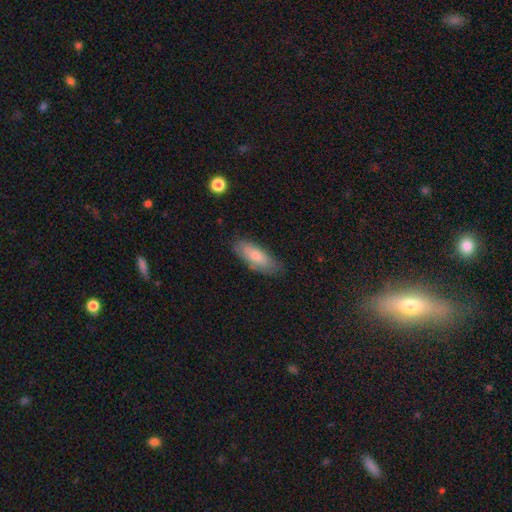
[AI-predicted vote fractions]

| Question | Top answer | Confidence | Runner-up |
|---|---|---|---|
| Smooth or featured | smooth | 74% | featured or disk (20%) |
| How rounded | in between | 77% | cigar-shaped (21%) |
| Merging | none | 75% | minor disturbance (19%) |